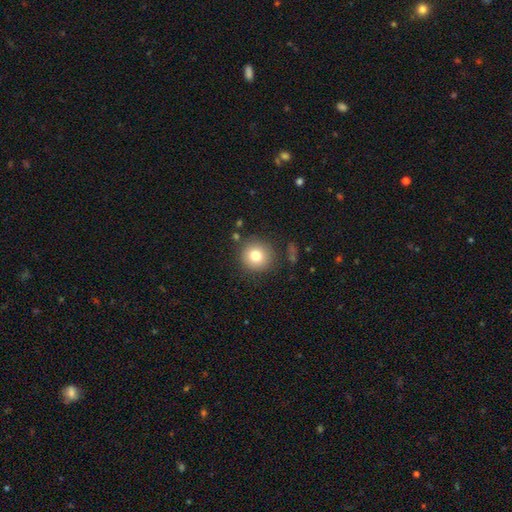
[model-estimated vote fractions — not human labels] smooth 79%, star or artifact 11%, featured or disk 10%. Down the decision tree: how rounded — round (94%); merging — none (86%).